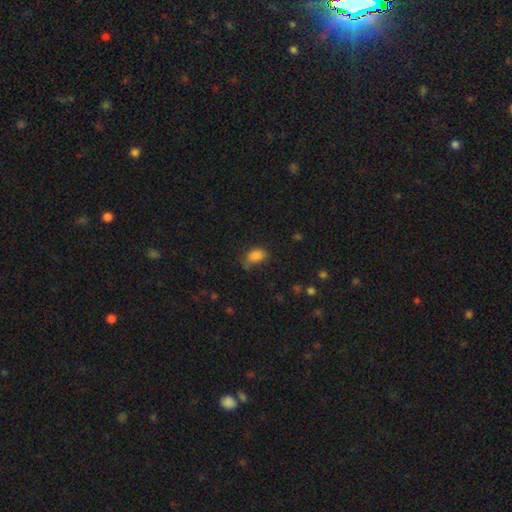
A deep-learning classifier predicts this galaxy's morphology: This appears to be a smooth galaxy with no disk features (84%) that is in between round and cigar-shaped (81%). Merging: none (55%).